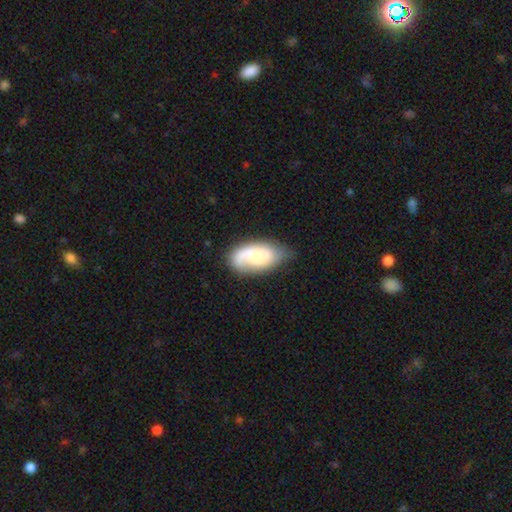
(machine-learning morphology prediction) A smooth galaxy with no disk features (55%) that is in between round and cigar-shaped (93%). Merging: none (55%).